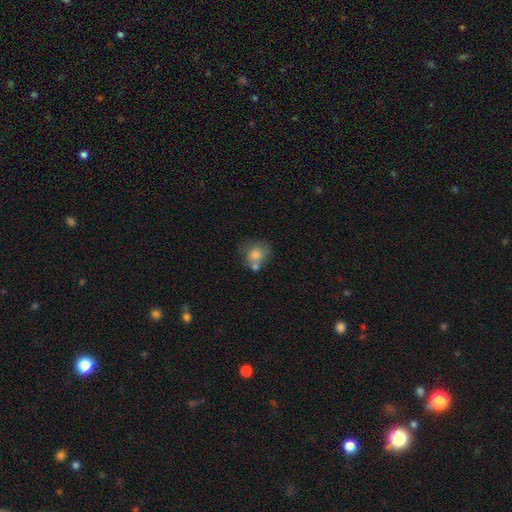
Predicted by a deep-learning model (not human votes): This appears to be a smooth galaxy with no disk features (77%) that is round (60%). Merging: none (42%).